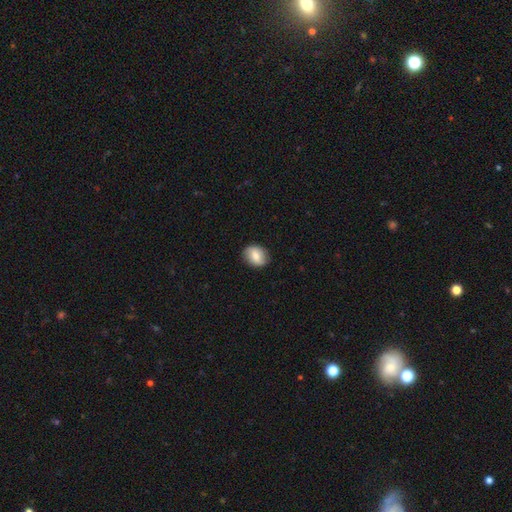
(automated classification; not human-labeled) Overall: smooth (73%). How rounded: in between (56%; round 43%). Merging: none (86%).